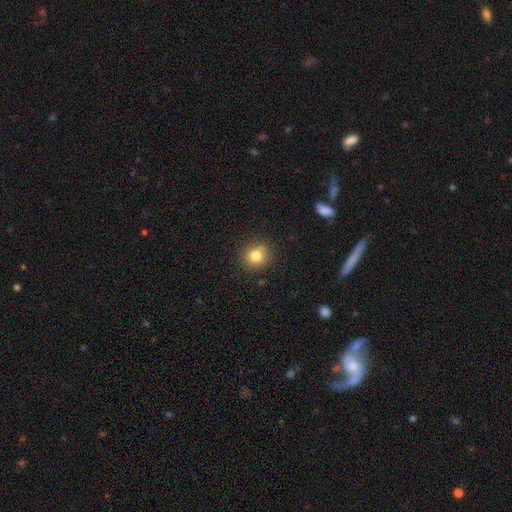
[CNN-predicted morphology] This is clearly a smooth galaxy (81%). How rounded: clearly round (84%). Merging: clearly none (86%).